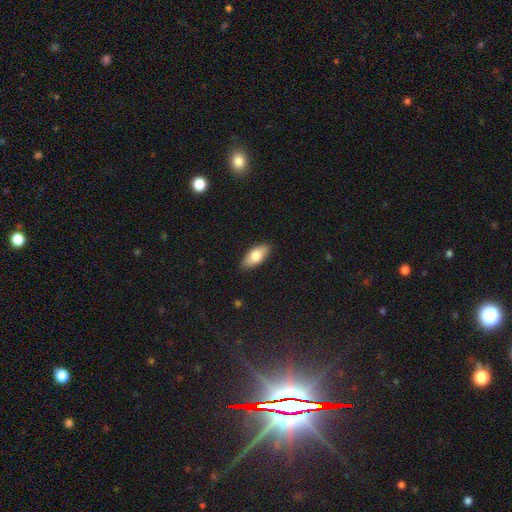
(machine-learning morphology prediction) smooth_or_featured: smooth (p=0.77) [alt: featured or disk p=0.16]
how_rounded: in between (p=0.87) [alt: cigar-shaped p=0.10]
merging: none (p=0.87) [alt: minor disturbance p=0.10]